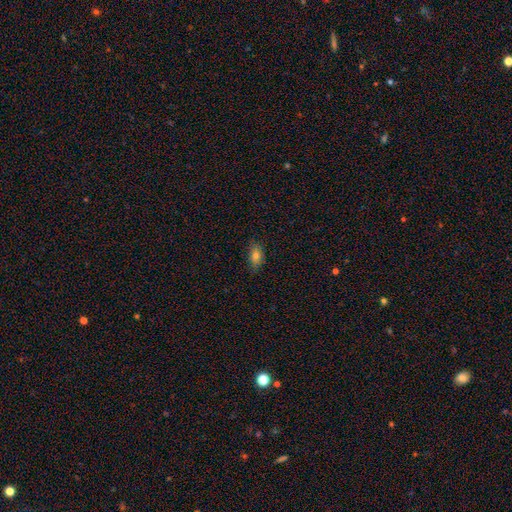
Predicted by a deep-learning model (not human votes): Smooth or featured? smooth (77%)
How rounded? in between (86%)
Merging? none (78%)